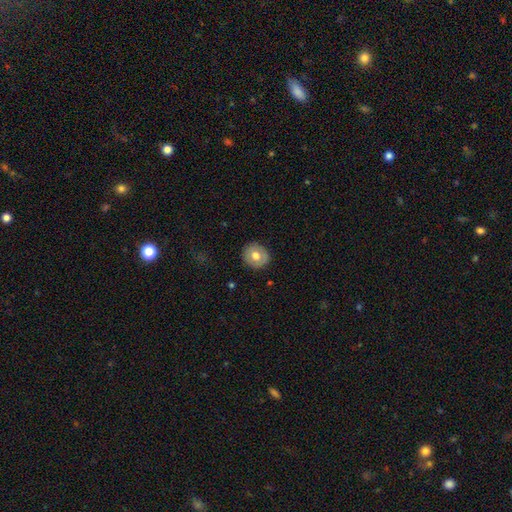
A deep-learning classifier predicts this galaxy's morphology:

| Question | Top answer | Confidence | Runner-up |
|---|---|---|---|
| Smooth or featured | smooth | 67% | featured or disk (26%) |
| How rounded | round | 87% | in between (12%) |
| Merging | none | 88% | minor disturbance (9%) |